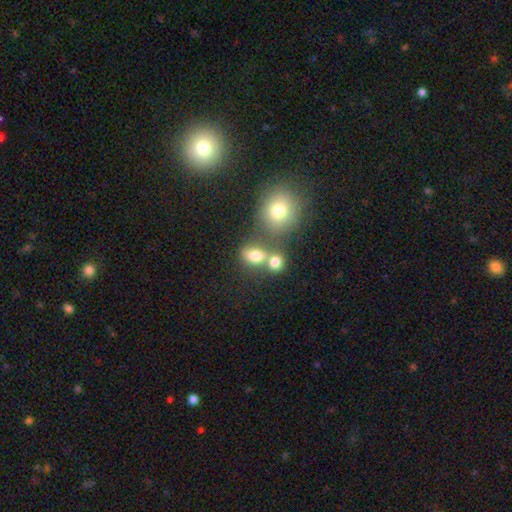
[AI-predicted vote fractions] Smooth or featured?
  - smooth: 74% *
  - star or artifact: 15%
  - featured or disk: 11%
How rounded?
  - round: 49% * (tied)
  - in between: 49% * (tied)
  - cigar-shaped: 2%
Merging?
  - none: 44% *
  - merger: 39%
  - minor disturbance: 11%
  - major disturbance: 6%